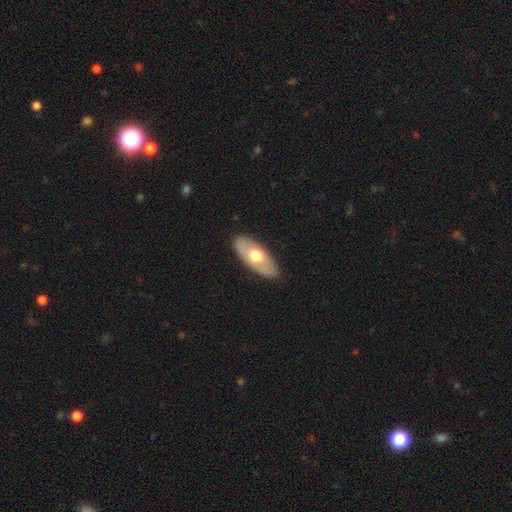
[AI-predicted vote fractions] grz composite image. It shows a smooth galaxy with no disk features (53%) that is in between round and cigar-shaped (86%). Merging: none (86%).